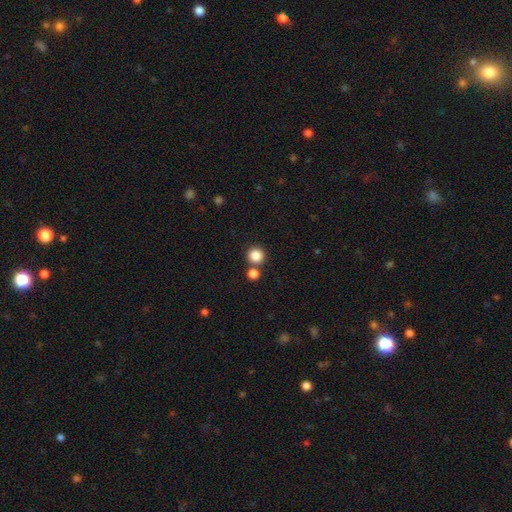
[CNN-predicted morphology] This appears to be a smooth galaxy with no disk features (85%) that is round (94%). Merging: none (75%).